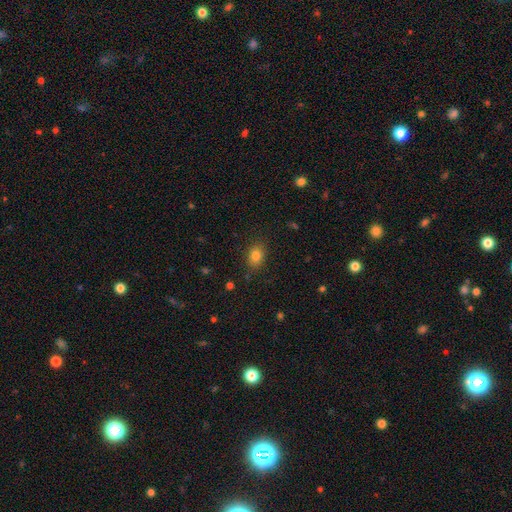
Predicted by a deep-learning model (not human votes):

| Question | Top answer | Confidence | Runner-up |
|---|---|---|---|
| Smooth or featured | smooth | 82% | star or artifact (12%) |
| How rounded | in between | 69% | round (30%) |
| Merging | none | 84% | minor disturbance (11%) |